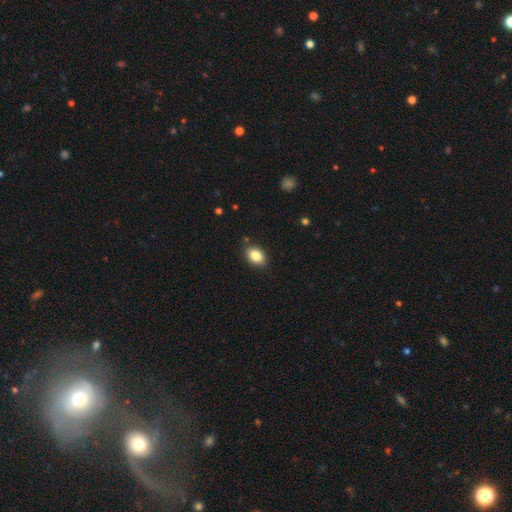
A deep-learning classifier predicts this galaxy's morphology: Smooth or featured? smooth (86%)
How rounded? in between (86%)
Merging? none (86%)